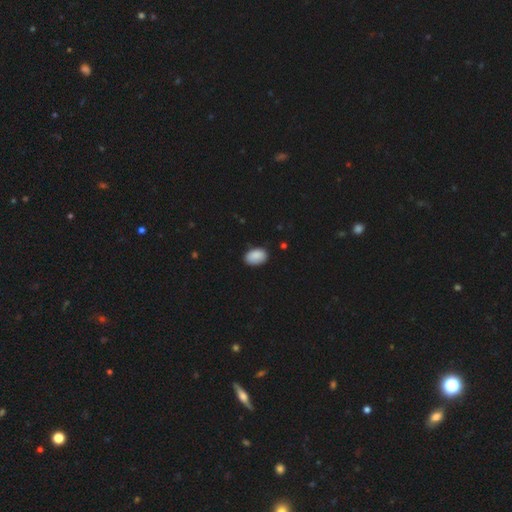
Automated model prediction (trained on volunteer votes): smooth_or_featured: smooth (p=0.90) [alt: star or artifact p=0.07]
how_rounded: in between (p=0.89) [alt: round p=0.10]
merging: none (p=0.84) [alt: minor disturbance p=0.13]